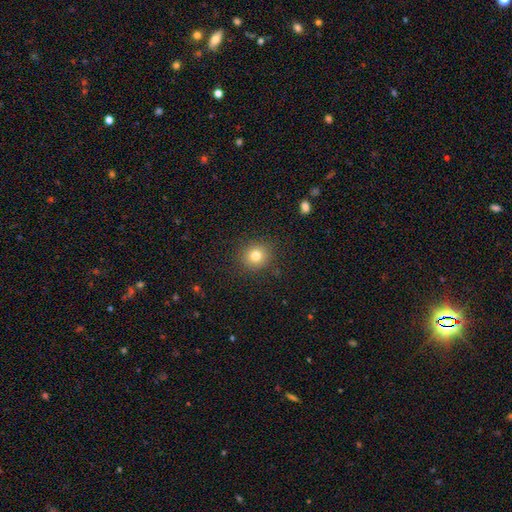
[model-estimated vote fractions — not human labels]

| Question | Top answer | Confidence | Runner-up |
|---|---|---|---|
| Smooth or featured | smooth | 80% | star or artifact (12%) |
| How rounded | round | 87% | in between (12%) |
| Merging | none | 88% | minor disturbance (8%) |